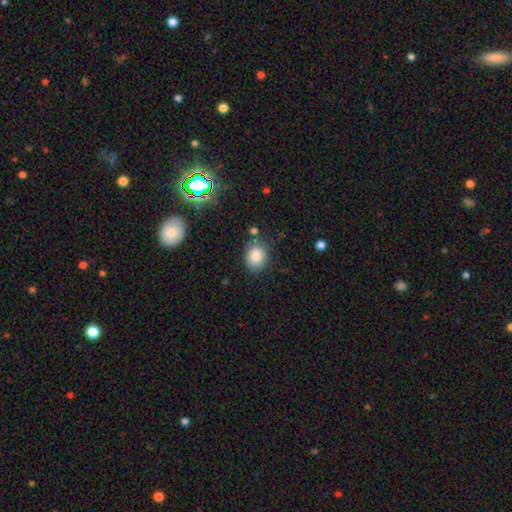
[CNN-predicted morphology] Q: Smooth or featured?
A: smooth (84%); runner-up: star or artifact (10%)
Q: How rounded?
A: round (54%); runner-up: in between (45%)
Q: Merging?
A: none (75%); runner-up: minor disturbance (16%)